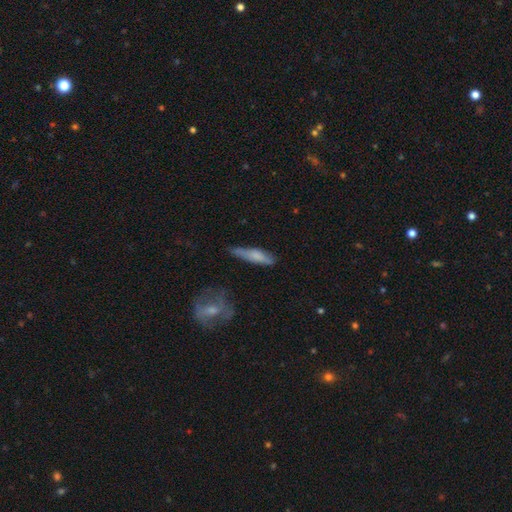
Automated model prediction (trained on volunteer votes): A smooth galaxy with no disk features (65%) that is cigar-shaped (78%). Merging: none (66%).